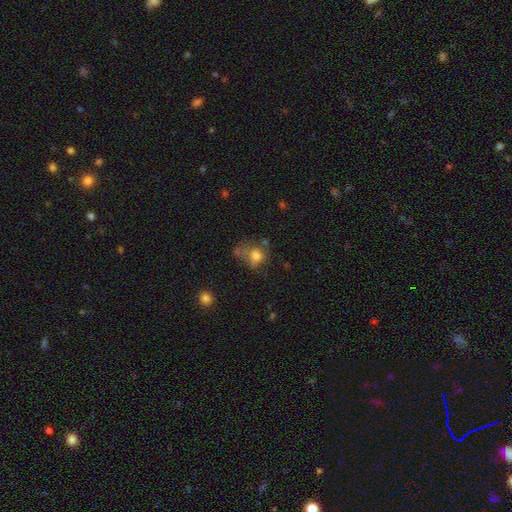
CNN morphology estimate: smooth-or-featured: smooth: 71% | featured or disk: 16% | star or artifact: 13%
  how-rounded: round: 57% | in between: 42% | cigar-shaped: 1%
  merging: none: 32% | major disturbance: 30% | minor disturbance: 25% | merger: 13%